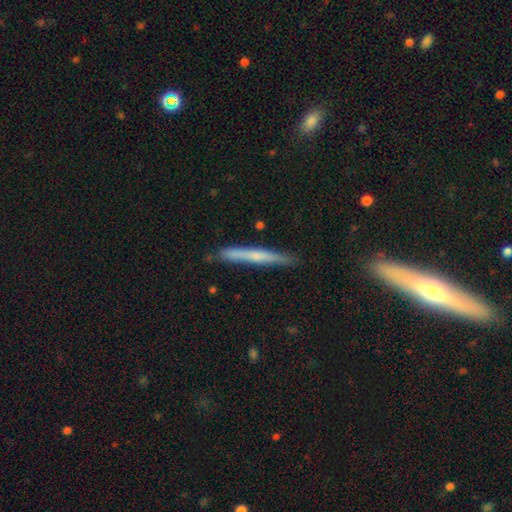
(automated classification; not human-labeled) A smooth galaxy with no disk features (53%) that is cigar-shaped (96%). Merging: none (83%).